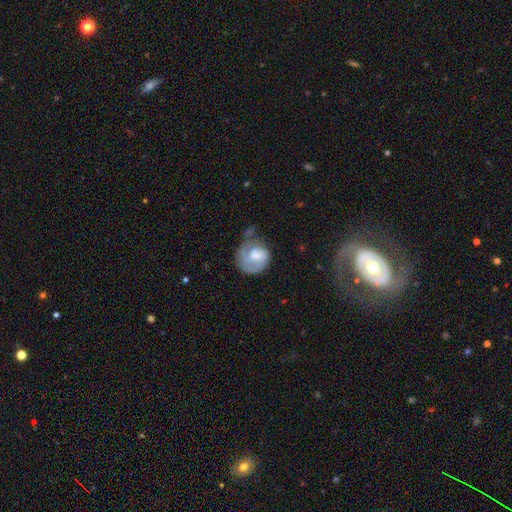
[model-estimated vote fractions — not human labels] A featured or disk galaxy (55%) with no bar (51%), spiral arms (78%) and a moderate central bulge (47%).

Vote fractions:
- Smooth or featured? featured or disk: 55% / smooth: 38% / star or artifact: 7%
- Edge-on disk? no: 98% / yes: 2%
- Bar? no: 51% / weak: 41% / strong: 8%
- Spiral arms? yes: 78% / no: 22%
- Bulge size? moderate: 47% / small: 29% / none: 11% / large: 11% / dominant: 2%
- Merging? none: 37% / major disturbance: 32% / minor disturbance: 26% / merger: 5%